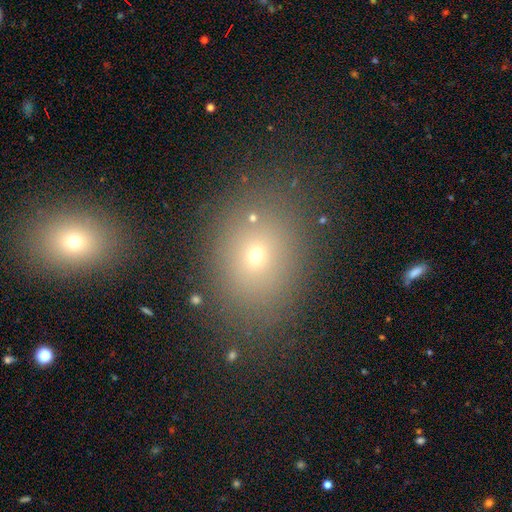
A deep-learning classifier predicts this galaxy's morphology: A smooth galaxy with no disk features (65%) that is in between round and cigar-shaped (58%). Merging: none (80%).